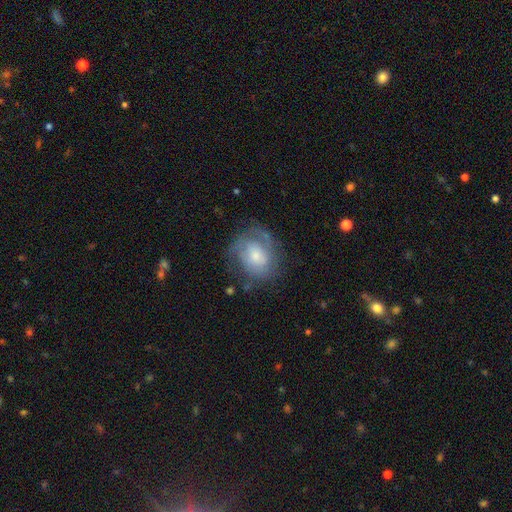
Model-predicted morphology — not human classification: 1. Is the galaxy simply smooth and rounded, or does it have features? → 58% featured or disk, 34% smooth, 9% star or artifact.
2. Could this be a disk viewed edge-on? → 97% no, 3% yes.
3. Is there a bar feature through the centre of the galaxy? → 67% no, 27% weak, 5% strong.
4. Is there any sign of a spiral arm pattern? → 79% yes, 21% no.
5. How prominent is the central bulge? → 44% small, 41% moderate, 9% large, 5% none, 2% dominant.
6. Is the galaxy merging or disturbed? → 64% none, 21% minor disturbance, 13% major disturbance, 2% merger.